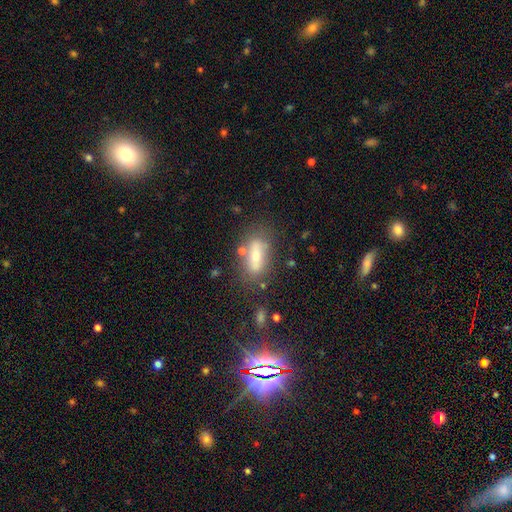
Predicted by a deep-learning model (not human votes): Morphology: type=smooth (52%); roundness=in between (67%); merging=none (72%).